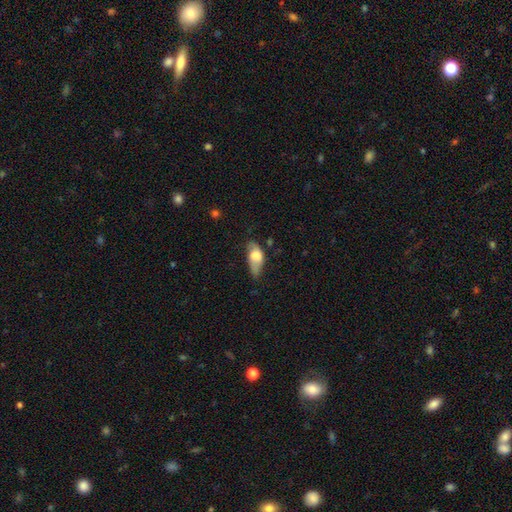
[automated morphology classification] This appears to be a smooth galaxy with no disk features (63%) that is in between round and cigar-shaped (85%). Merging: minor disturbance (40%).